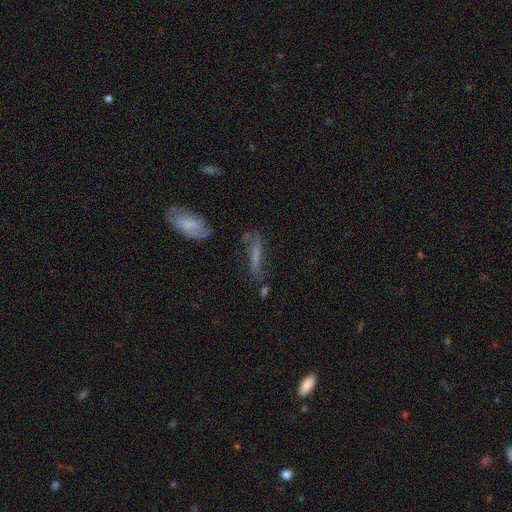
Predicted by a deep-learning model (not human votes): Smooth or featured: smooth — 51% (featured or disk — 36%)
How rounded: cigar-shaped — 80% (in between — 18%)
Merging: none — 56% (minor disturbance — 23%)